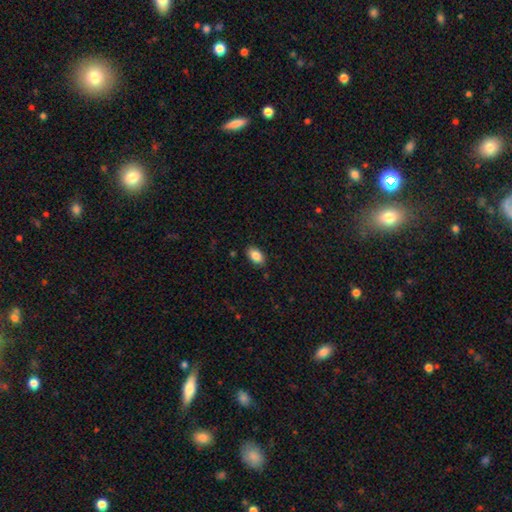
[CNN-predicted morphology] A smooth galaxy with no disk features (86%) that is in between round and cigar-shaped (92%). Merging: none (86%).